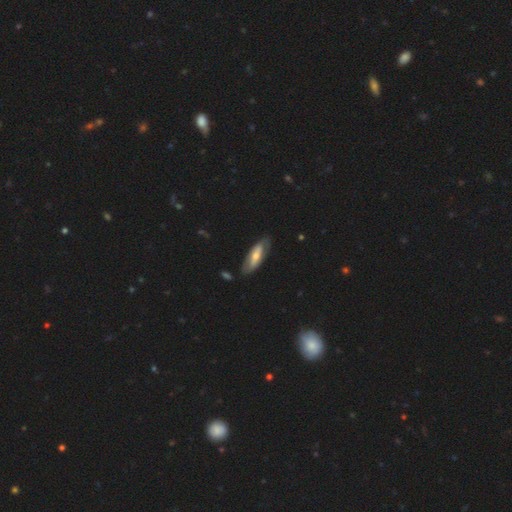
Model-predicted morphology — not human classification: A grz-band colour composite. It shows a featured or disk galaxy (53%). Merging: none (74%).